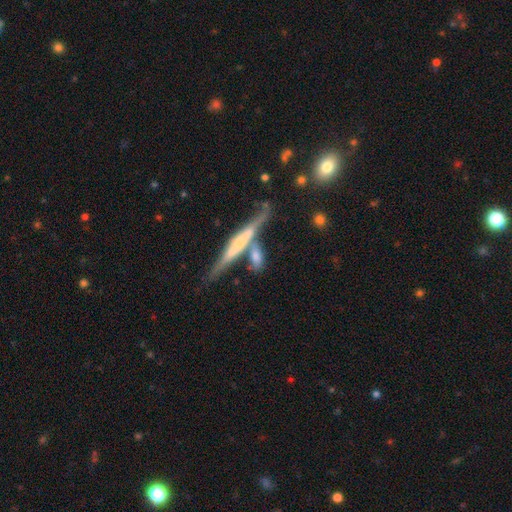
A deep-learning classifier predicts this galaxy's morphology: smooth-or-featured: smooth: 51% | featured or disk: 41% | star or artifact: 8%
  how-rounded: cigar-shaped: 68% | in between: 27% | round: 6%
  merging: none: 43% | merger: 37% | minor disturbance: 13% | major disturbance: 6%